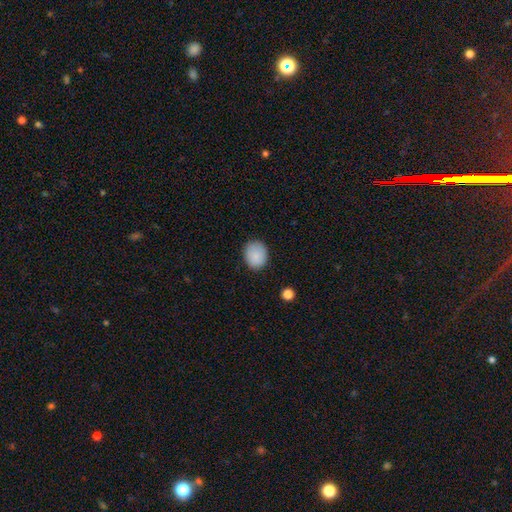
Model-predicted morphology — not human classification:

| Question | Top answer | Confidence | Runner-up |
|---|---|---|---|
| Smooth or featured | smooth | 88% | star or artifact (8%) |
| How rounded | round | 60% | in between (40%) |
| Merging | none | 85% | minor disturbance (12%) |